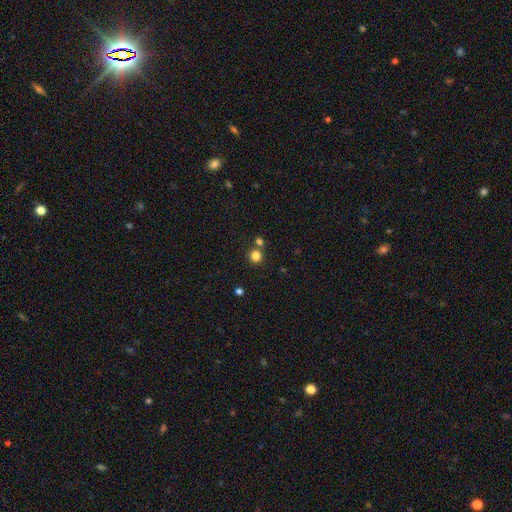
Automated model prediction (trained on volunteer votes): Q: Smooth or featured?
A: smooth (82%); runner-up: star or artifact (13%)
Q: How rounded?
A: round (90%); runner-up: in between (9%)
Q: Merging?
A: none (73%); runner-up: merger (18%)